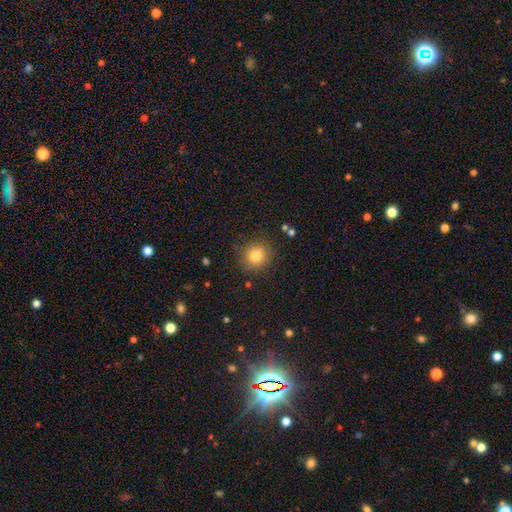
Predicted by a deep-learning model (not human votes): Morphology: type=smooth (80%); roundness=round (90%); merging=none (84%).